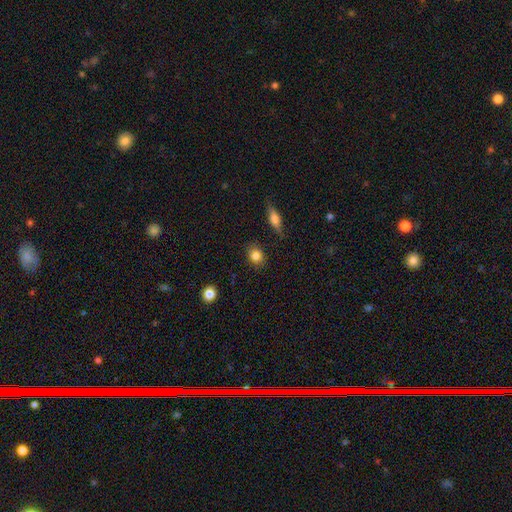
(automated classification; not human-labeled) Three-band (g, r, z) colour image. It shows a smooth galaxy with no disk features (84%) that is round (69%). Merging: none (87%).